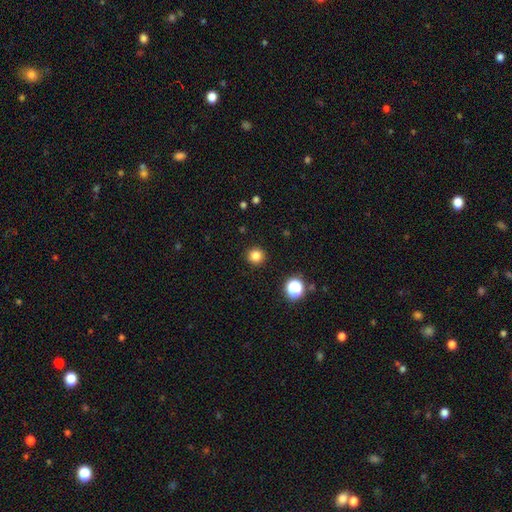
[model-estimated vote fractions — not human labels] Morphology: type=smooth (82%); roundness=round (93%); merging=none (92%).